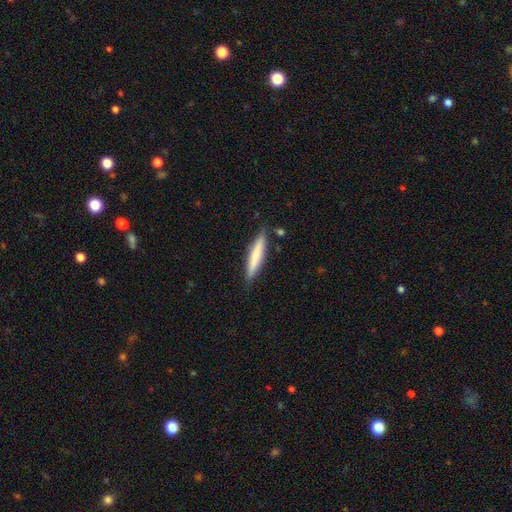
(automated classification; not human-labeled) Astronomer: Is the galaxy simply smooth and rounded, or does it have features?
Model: smooth — 69%.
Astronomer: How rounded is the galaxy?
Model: cigar-shaped — 89%.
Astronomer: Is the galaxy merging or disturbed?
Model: none — 85%.